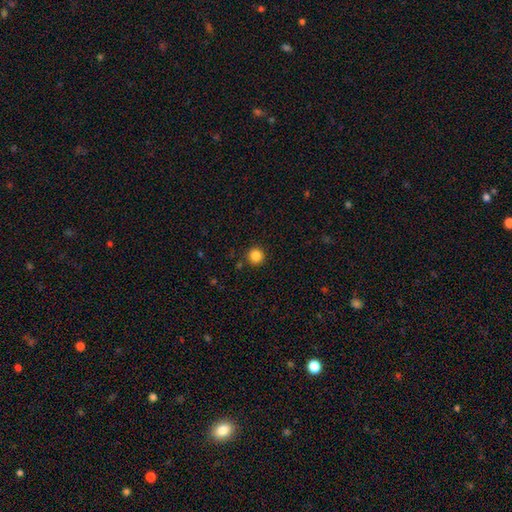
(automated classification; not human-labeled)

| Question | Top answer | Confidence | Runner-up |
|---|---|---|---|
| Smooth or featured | smooth | 85% | star or artifact (12%) |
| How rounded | round | 95% | in between (4%) |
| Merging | none | 90% | minor disturbance (6%) |